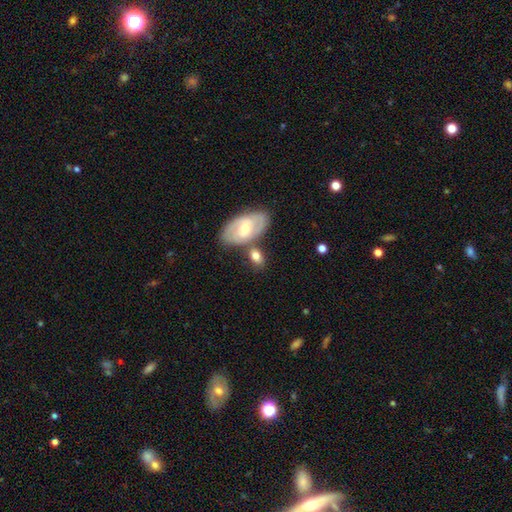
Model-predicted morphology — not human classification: Smooth or featured? Predicted: smooth (p=0.63). How rounded? Predicted: in between (p=0.82). Merging? Predicted: none (p=0.57).